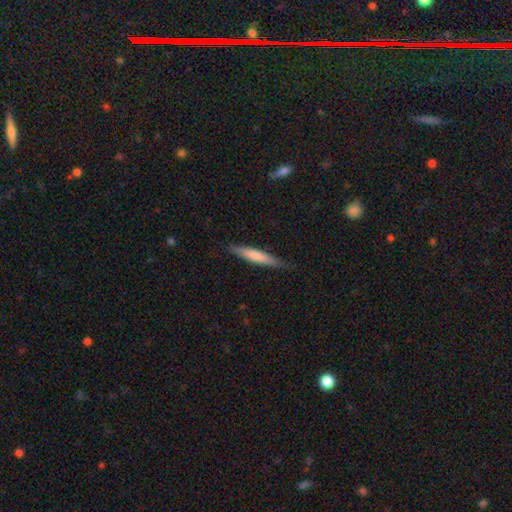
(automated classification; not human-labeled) Smooth or featured? smooth (66%)
How rounded? cigar-shaped (92%)
Merging? none (86%)